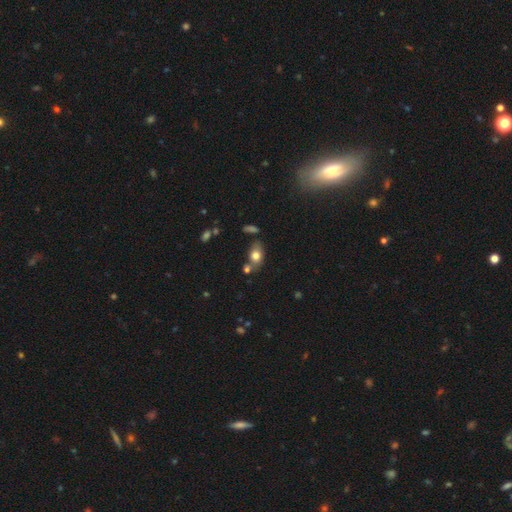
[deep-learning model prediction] A smooth galaxy with no disk features (75%) that is in between round and cigar-shaped (78%). Merging: none (59%).